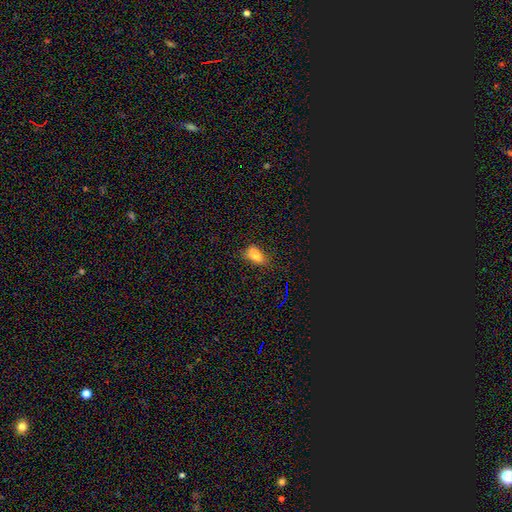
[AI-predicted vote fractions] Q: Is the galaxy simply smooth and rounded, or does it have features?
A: smooth — 75%.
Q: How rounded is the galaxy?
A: in between — 83%.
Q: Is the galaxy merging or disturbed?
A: none — 62%.